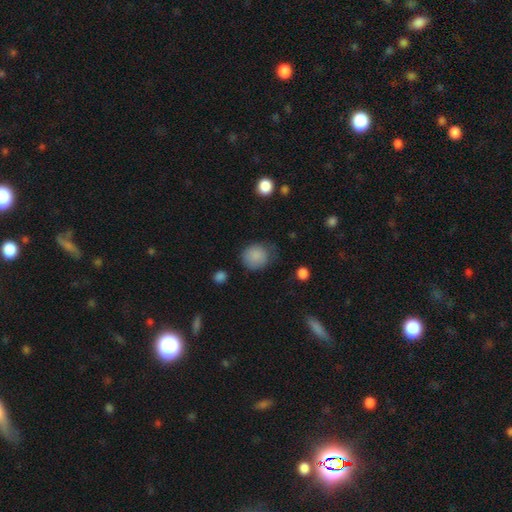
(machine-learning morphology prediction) Smooth or featured: smooth — 86% (star or artifact — 8%)
How rounded: round — 82% (in between — 17%)
Merging: none — 64% (minor disturbance — 26%)